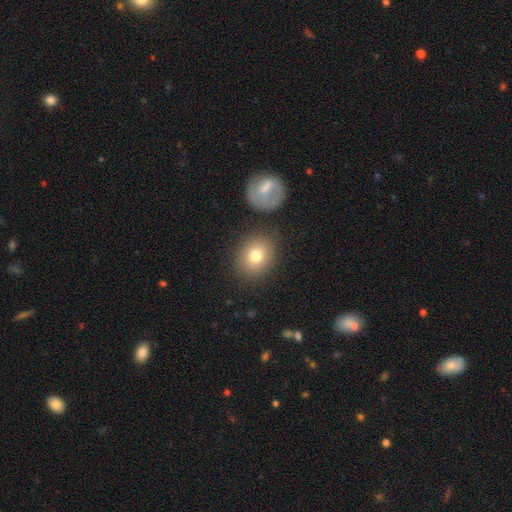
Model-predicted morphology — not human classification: Q: Smooth or featured?
A: smooth (79%); runner-up: featured or disk (11%)
Q: How rounded?
A: round (60%); runner-up: in between (39%)
Q: Merging?
A: none (80%); runner-up: minor disturbance (10%)